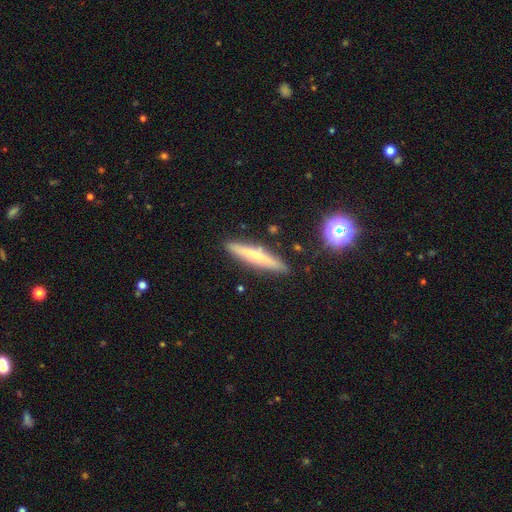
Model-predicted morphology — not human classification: Smooth or featured? Predicted: featured or disk (p=0.47). Merging? Predicted: none (p=0.87).